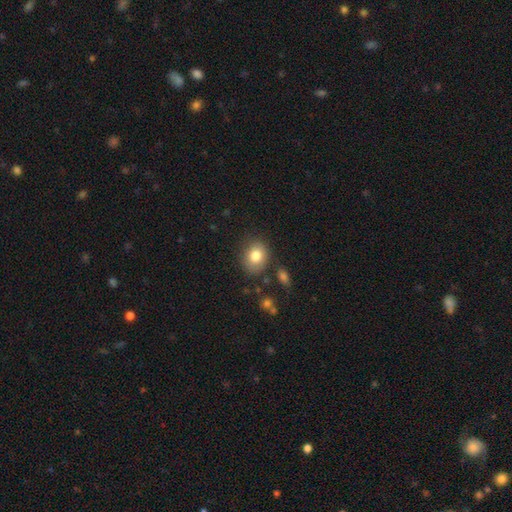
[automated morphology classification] Smooth or featured? smooth (81%)
How rounded? in between (50%)
Merging? none (78%)